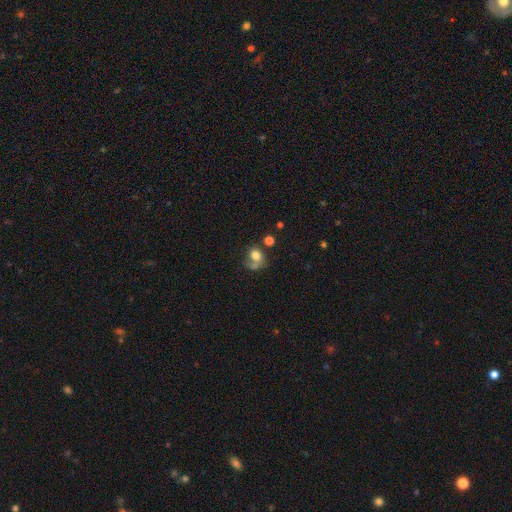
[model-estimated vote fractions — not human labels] Smooth or featured? Predicted: smooth (p=0.72). How rounded? Predicted: round (p=0.68). Merging? Predicted: none (p=0.37).